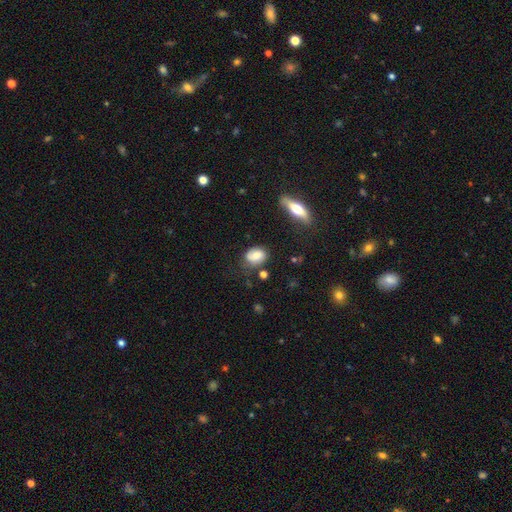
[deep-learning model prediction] Morphology: type=smooth (65%); roundness=in between (68%); merging=none (62%).